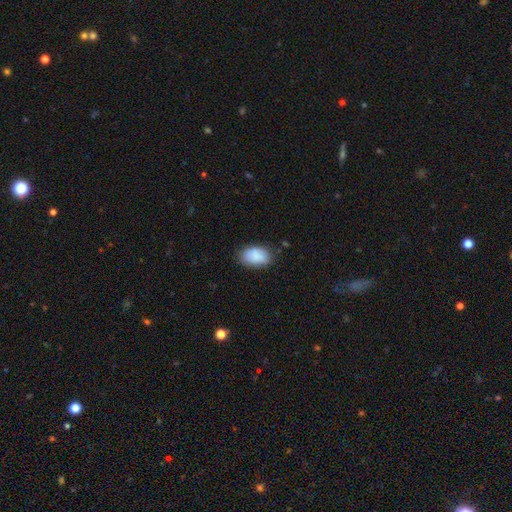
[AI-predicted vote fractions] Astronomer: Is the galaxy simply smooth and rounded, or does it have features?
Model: smooth — 88%.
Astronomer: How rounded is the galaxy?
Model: in between — 91%.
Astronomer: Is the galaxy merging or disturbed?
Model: none — 78%.